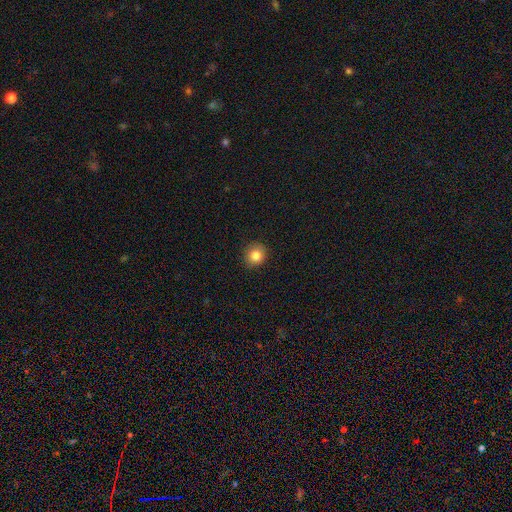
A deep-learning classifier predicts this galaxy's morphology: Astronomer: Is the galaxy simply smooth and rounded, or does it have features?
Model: smooth — 84%.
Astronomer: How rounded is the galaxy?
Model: round — 85%.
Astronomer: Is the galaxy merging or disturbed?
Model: none — 89%.